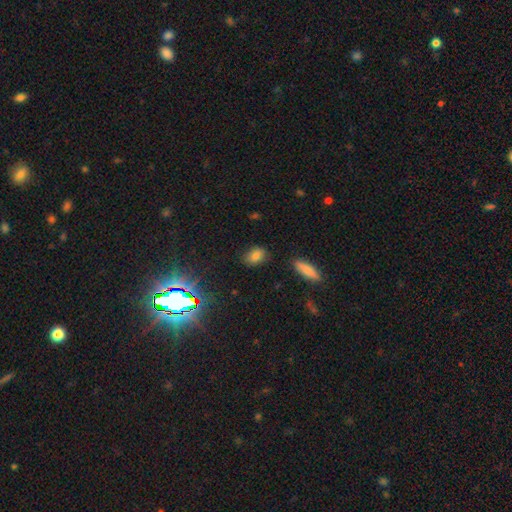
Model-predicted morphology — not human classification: A smooth galaxy with no disk features (80%) that is in between round and cigar-shaped (83%). Merging: none (80%).